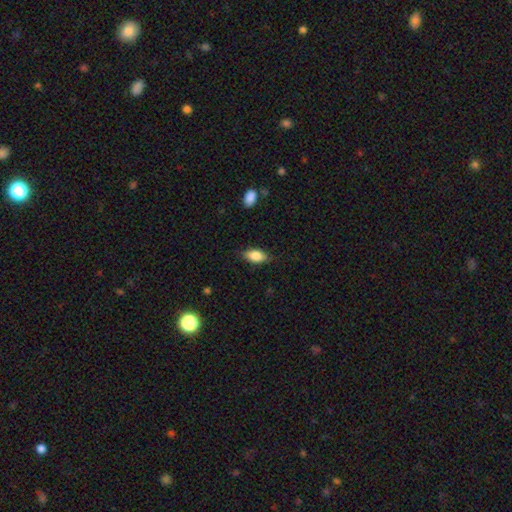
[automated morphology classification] Smooth or featured? Predicted: smooth (p=0.81). How rounded? Predicted: in between (p=0.88). Merging? Predicted: none (p=0.82).